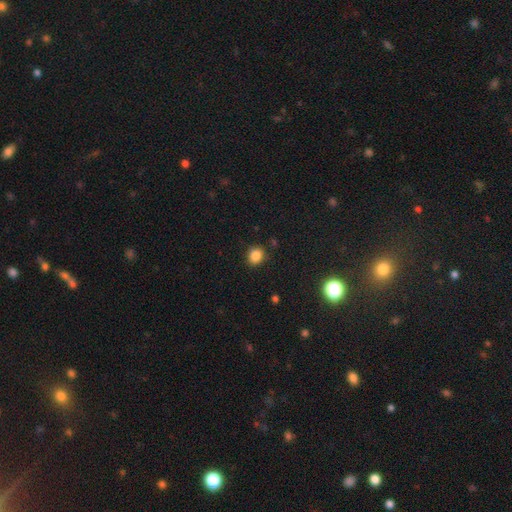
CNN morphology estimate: Smooth or featured? smooth (85%)
How rounded? round (74%)
Merging? none (86%)